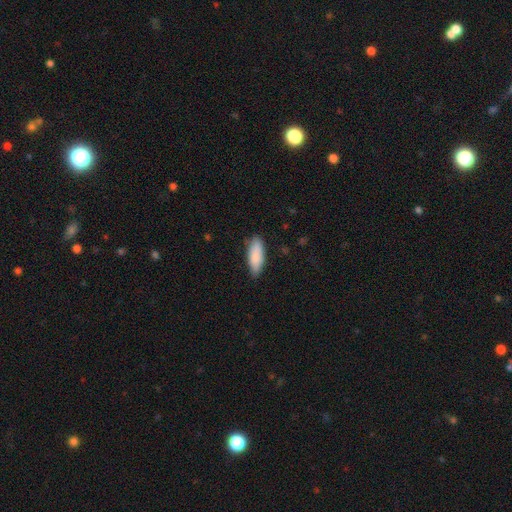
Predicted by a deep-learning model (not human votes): Smooth or featured: smooth — 87% (featured or disk — 7%)
How rounded: in between — 68% (cigar-shaped — 30%)
Merging: none — 80% (minor disturbance — 16%)